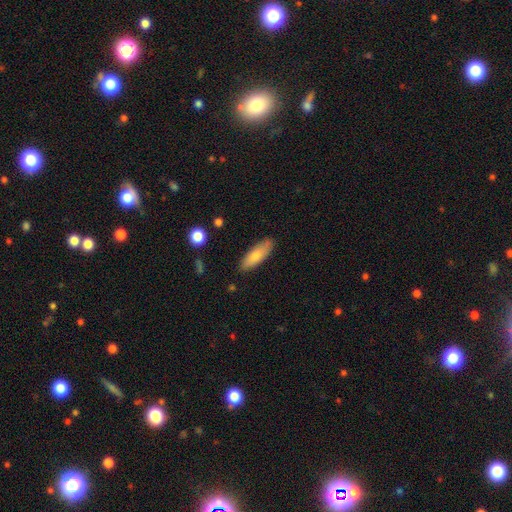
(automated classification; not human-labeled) Smooth or featured? smooth (78%)
How rounded? in between (58%)
Merging? none (84%)